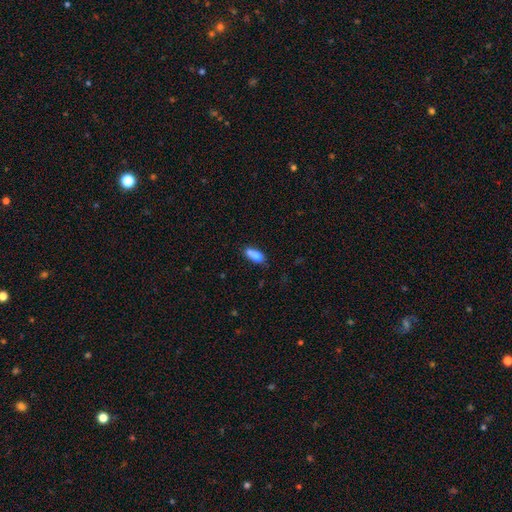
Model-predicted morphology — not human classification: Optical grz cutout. It shows a smooth galaxy with no disk features (75%) that is in between round and cigar-shaped (74%). Merging: none (37%).